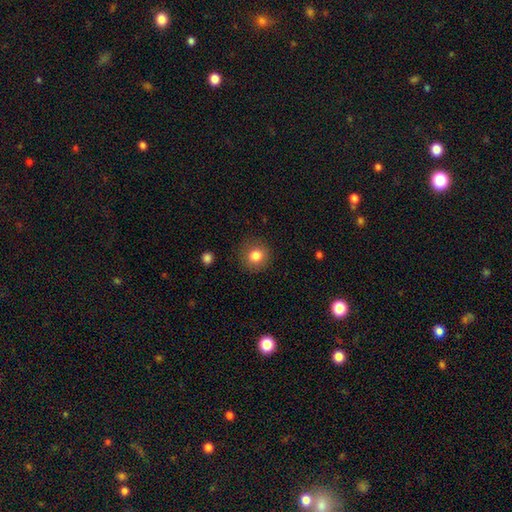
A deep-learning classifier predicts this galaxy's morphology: Smooth or featured?
  - smooth: 82% *
  - star or artifact: 10%
  - featured or disk: 7%
How rounded?
  - round: 86% *
  - in between: 13%
  - cigar-shaped: 1%
Merging?
  - none: 86% *
  - minor disturbance: 10%
  - major disturbance: 3%
  - merger: 1%